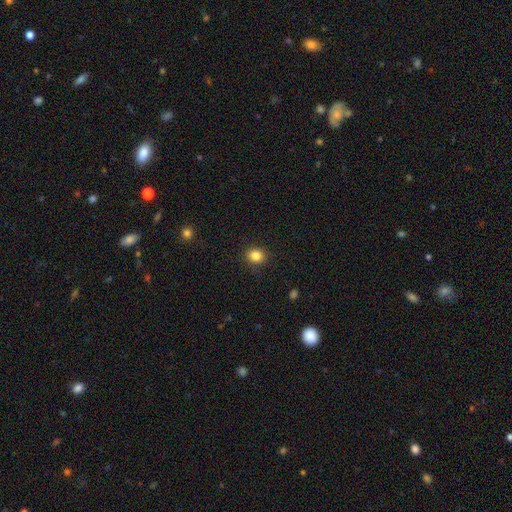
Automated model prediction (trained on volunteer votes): This appears to be a smooth galaxy with no disk features (84%) that is round (69%). Merging: none (89%).